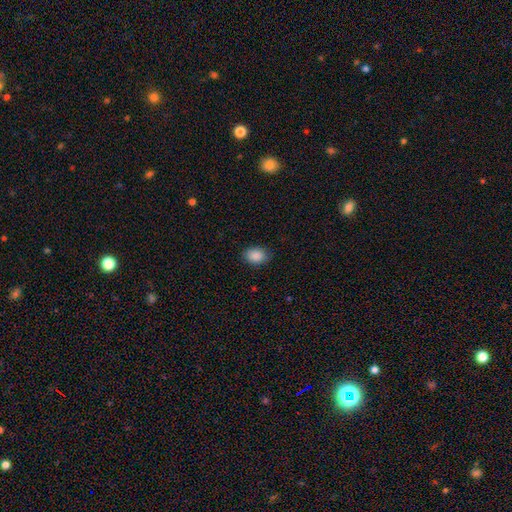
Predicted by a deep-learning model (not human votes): Q: Smooth or featured?
A: smooth (89%); runner-up: star or artifact (8%)
Q: How rounded?
A: in between (72%); runner-up: round (27%)
Q: Merging?
A: none (81%); runner-up: minor disturbance (15%)